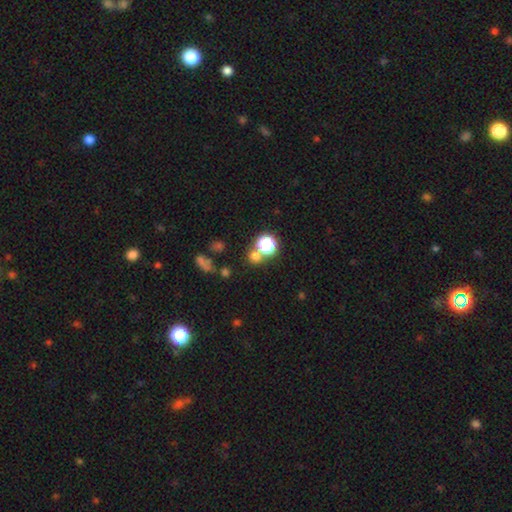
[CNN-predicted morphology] Smooth or featured?
  - smooth: 65% *
  - star or artifact: 28%
  - featured or disk: 7%
How rounded?
  - round: 86% *
  - in between: 13%
  - cigar-shaped: 1%
Merging?
  - none: 63% *
  - merger: 25%
  - minor disturbance: 8%
  - major disturbance: 4%